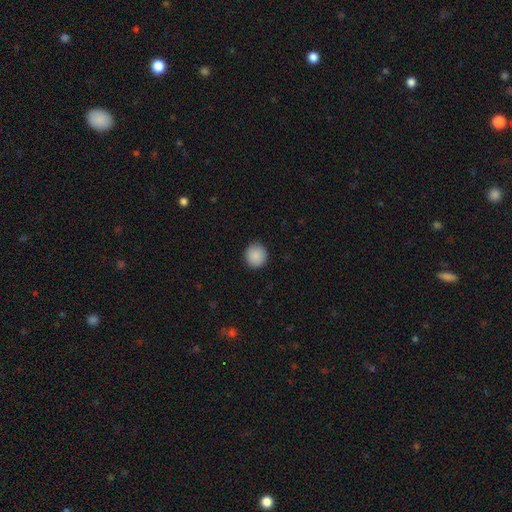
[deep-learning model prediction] smooth-or-featured: smooth: 89% | star or artifact: 8% | featured or disk: 3%
  how-rounded: round: 93% | in between: 6% | cigar-shaped: 1%
  merging: none: 91% | minor disturbance: 6% | major disturbance: 2% | merger: 1%